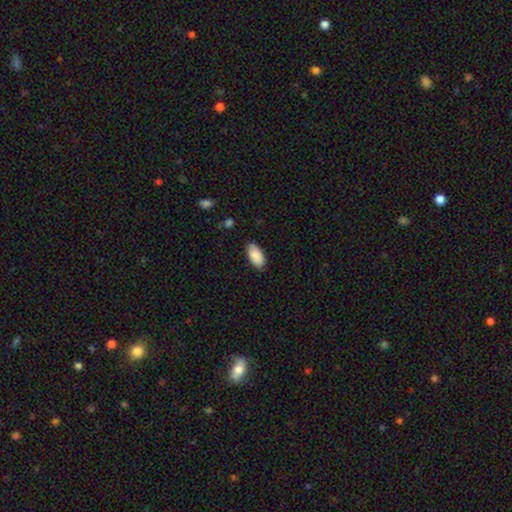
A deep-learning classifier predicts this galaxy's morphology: A smooth galaxy with no disk features (90%) that is in between round and cigar-shaped (94%).

Vote fractions:
- Smooth or featured? smooth: 90% / star or artifact: 6% / featured or disk: 4%
- How rounded? in between: 94% / cigar-shaped: 4% / round: 2%
- Merging? none: 85% / minor disturbance: 12% / major disturbance: 2% / merger: 1%